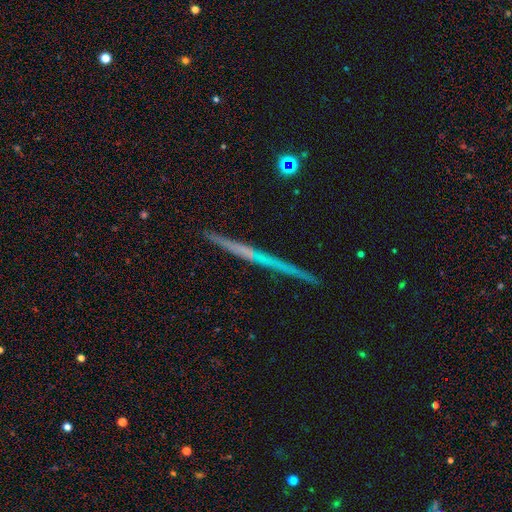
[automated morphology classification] type=featured or disk (66%); edge-on=yes (97%); edge-on bulge=none (67%); merging=none (89%).